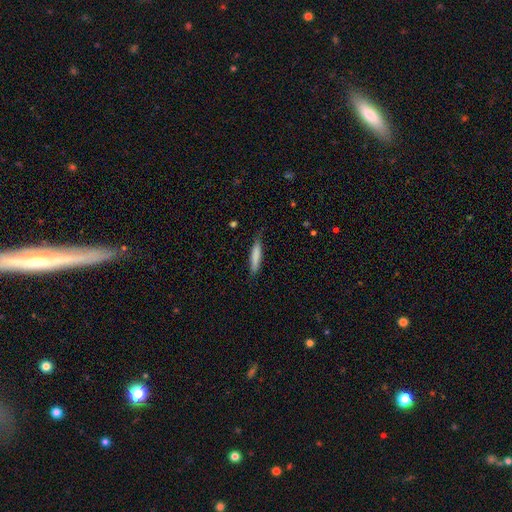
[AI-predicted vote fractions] Overall: smooth (78%). How rounded: cigar-shaped (88%). Merging: none (75%).